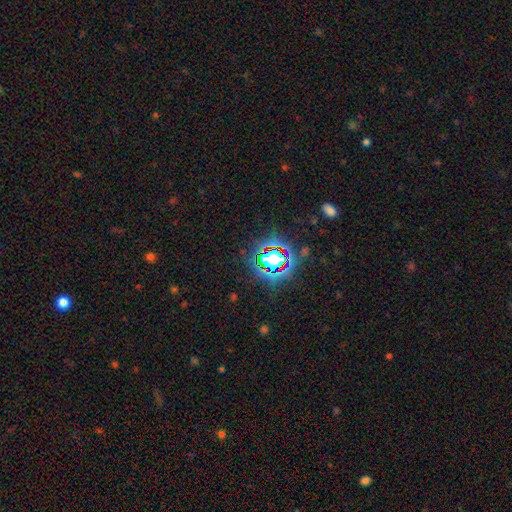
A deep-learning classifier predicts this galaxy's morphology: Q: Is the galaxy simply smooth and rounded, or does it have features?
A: star or artifact — 82%.